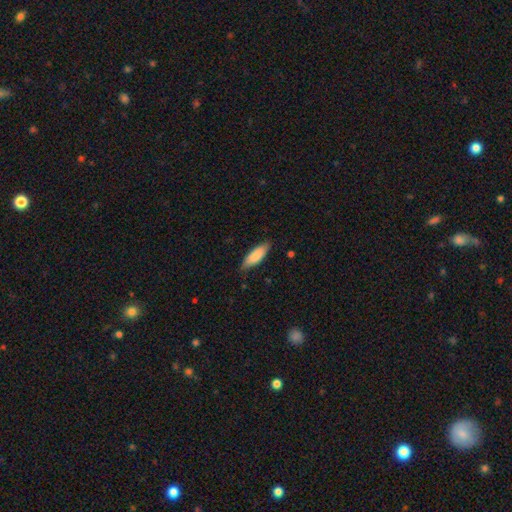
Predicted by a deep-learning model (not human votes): smooth_or_featured: smooth (p=0.84) [alt: featured or disk p=0.10]
how_rounded: in between (p=0.59) [alt: cigar-shaped p=0.39]
merging: none (p=0.81) [alt: minor disturbance p=0.16]